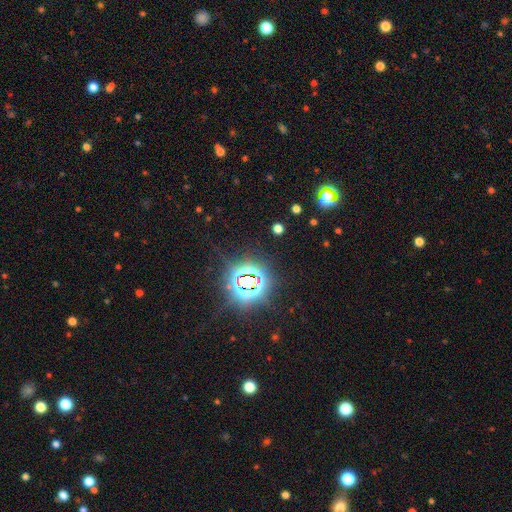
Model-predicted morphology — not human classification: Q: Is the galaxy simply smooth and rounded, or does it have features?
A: star or artifact — 85%.